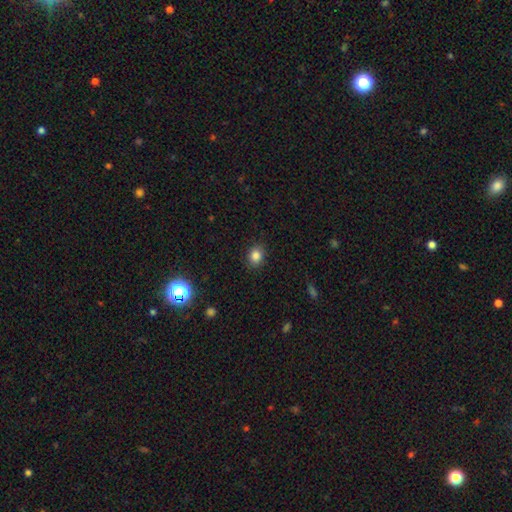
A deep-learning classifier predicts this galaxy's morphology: smooth_or_featured: smooth (p=0.84) [alt: star or artifact p=0.11]
how_rounded: round (p=0.55) [alt: in between p=0.44]
merging: none (p=0.88) [alt: minor disturbance p=0.09]